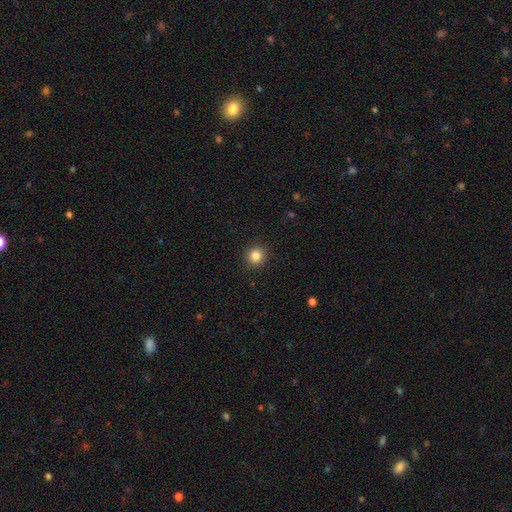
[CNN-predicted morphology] type=smooth (84%); roundness=round (92%); merging=none (92%).